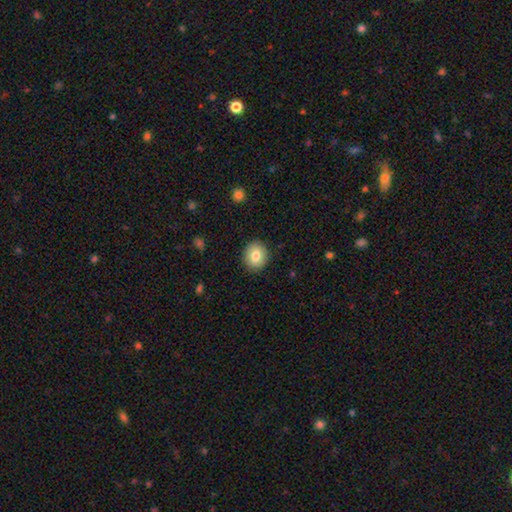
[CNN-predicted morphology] smooth_or_featured: smooth (p=0.81) [alt: featured or disk p=0.11]
how_rounded: round (p=0.73) [alt: in between p=0.26]
merging: none (p=0.89) [alt: minor disturbance p=0.08]